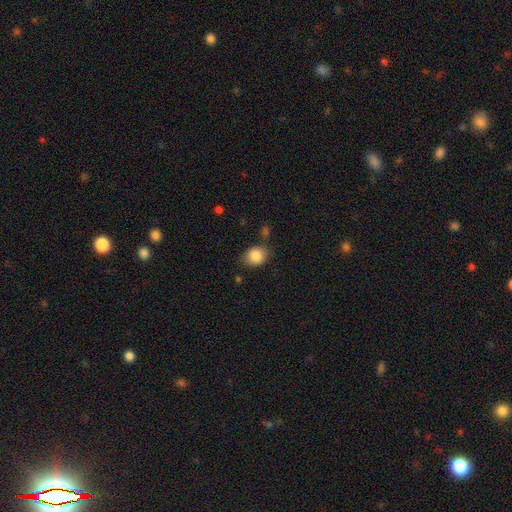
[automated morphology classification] smooth 87%, star or artifact 8%, featured or disk 5%. Down the decision tree: how rounded — round (52%); merging — none (73%).